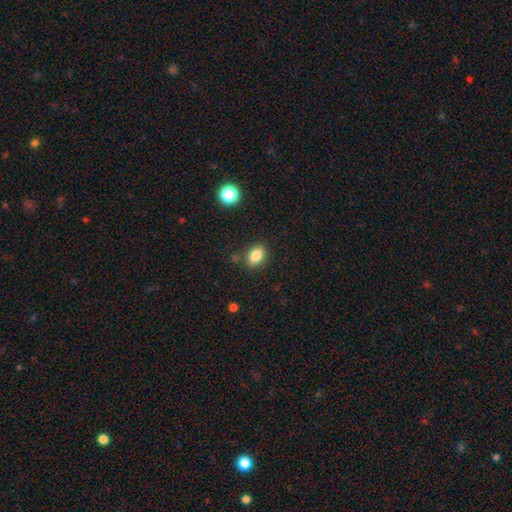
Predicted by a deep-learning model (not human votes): A smooth galaxy with no disk features (84%) that is in between round and cigar-shaped (80%). Merging: none (82%).